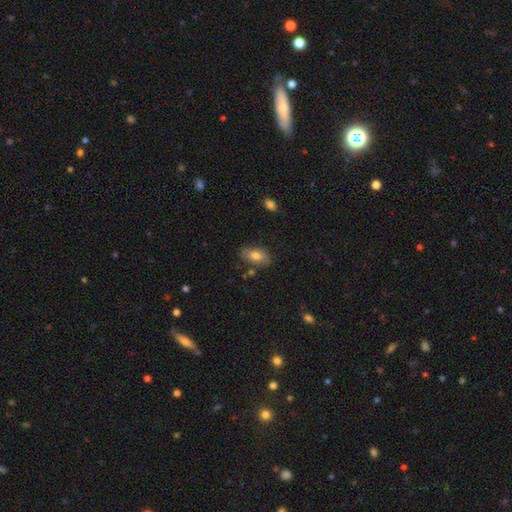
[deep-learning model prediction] A smooth galaxy with no disk features (77%) that is in between round and cigar-shaped (90%). Merging: none (79%).